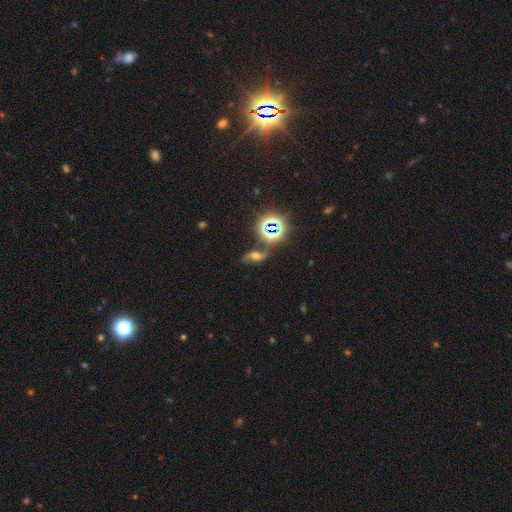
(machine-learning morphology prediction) featured or disk 55%, star or artifact 27%, smooth 18%. Down the decision tree: edge-on disk — no (91%); merging — none (63%).